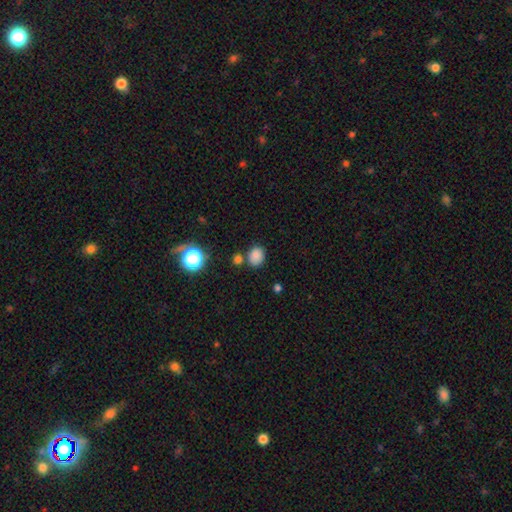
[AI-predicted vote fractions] Q: Smooth or featured?
A: smooth (81%); runner-up: star or artifact (14%)
Q: How rounded?
A: round (53%); runner-up: in between (46%)
Q: Merging?
A: none (71%); runner-up: minor disturbance (13%)